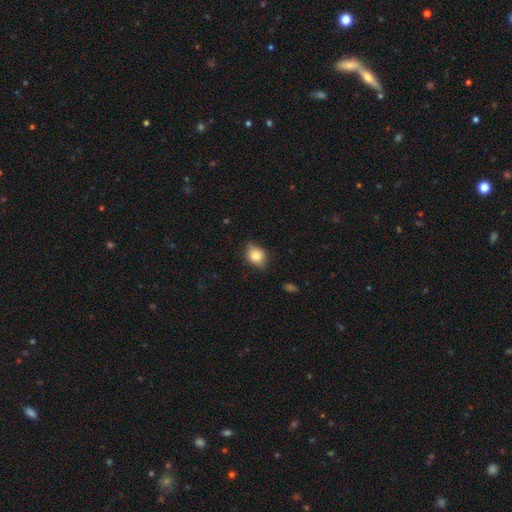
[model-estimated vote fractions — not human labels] Smooth or featured: smooth — 79% (featured or disk — 13%)
How rounded: in between — 59% (round — 39%)
Merging: none — 74% (minor disturbance — 21%)